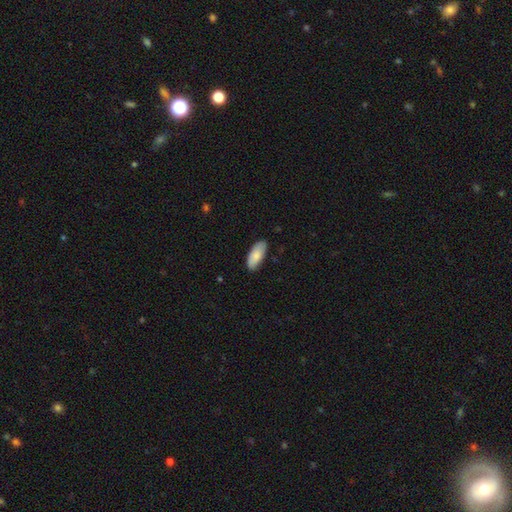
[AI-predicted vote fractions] The model was most divided on "merging": none: 83%, minor disturbance: 14%, major disturbance: 2%, merger: 1%. More confident: how rounded — in between (86%); smooth or featured — smooth (83%).